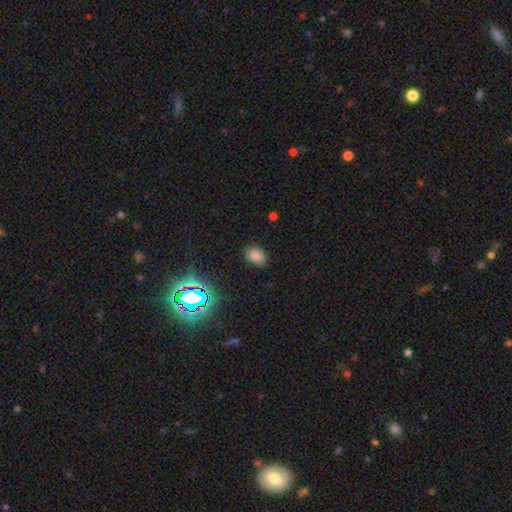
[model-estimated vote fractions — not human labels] Morphology: type=smooth (78%); roundness=in between (77%); merging=none (82%).